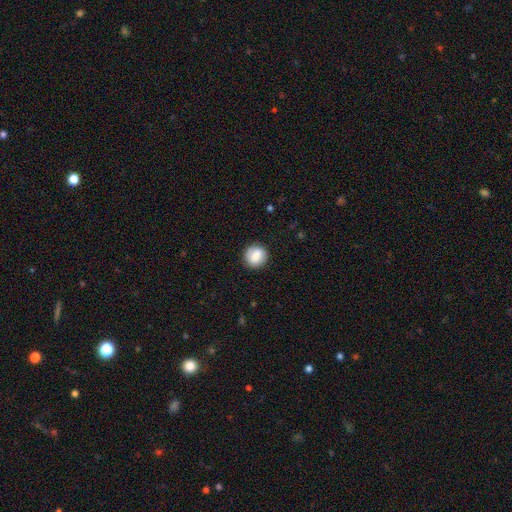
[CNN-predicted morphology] smooth 81%, featured or disk 12%, star or artifact 8%. Down the decision tree: how rounded — round (86%); merging — none (87%).